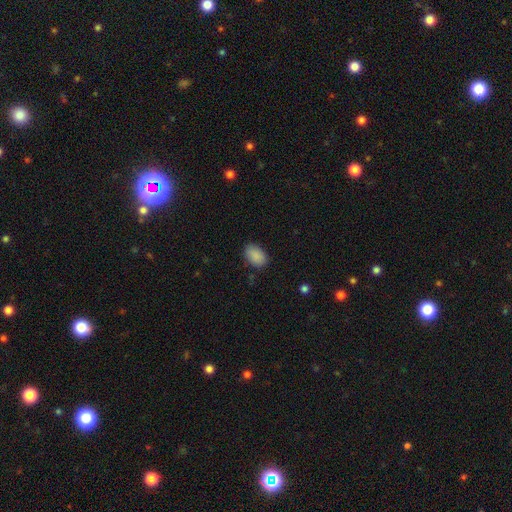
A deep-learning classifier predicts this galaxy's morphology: A smooth galaxy with no disk features (89%) that is in between round and cigar-shaped (86%). Merging: none (82%).